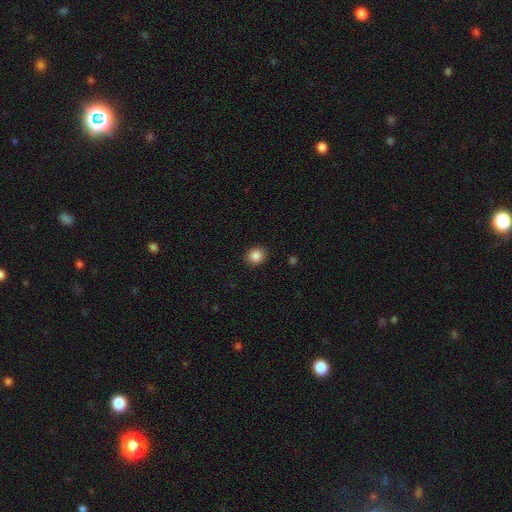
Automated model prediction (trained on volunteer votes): Overall: smooth (87%). How rounded: round (71%). Merging: none (89%).